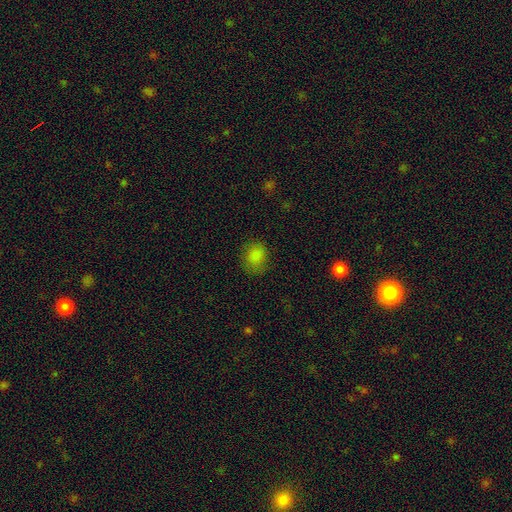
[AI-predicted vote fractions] Overall: smooth (83%). How rounded: round (63%; in between 37%). Merging: none (76%).